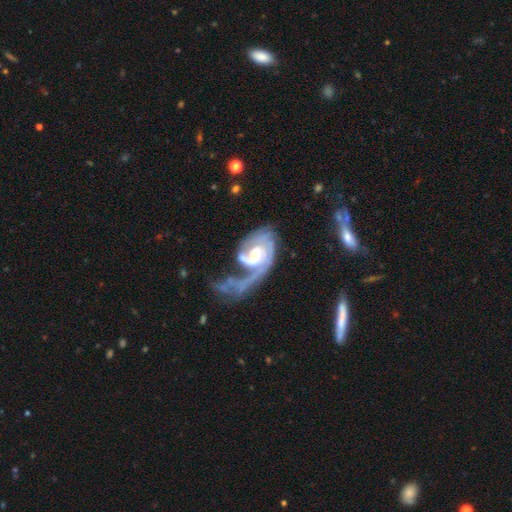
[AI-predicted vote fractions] Smooth or featured? featured or disk (88%)
Edge-on disk? no (98%)
Bar? no (58%)
Spiral arms? yes (94%)
Spiral winding? tight (41%)
Spiral arm count? 2 (35%)
Bulge size? moderate (60%)
Merging? major disturbance (55%)